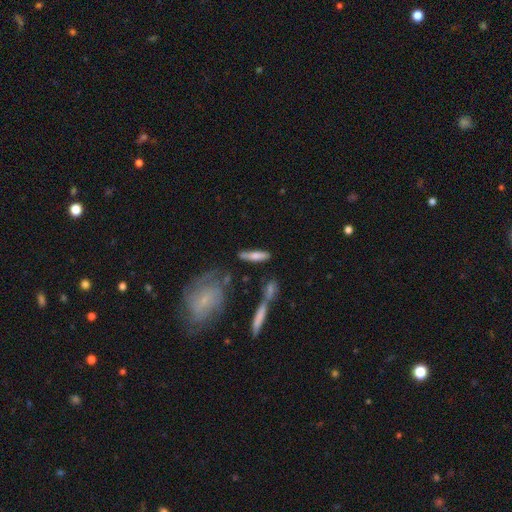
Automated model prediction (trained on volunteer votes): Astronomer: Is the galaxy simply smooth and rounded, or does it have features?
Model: smooth — 61%.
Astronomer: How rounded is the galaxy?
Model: cigar-shaped — 73%.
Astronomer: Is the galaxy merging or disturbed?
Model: none — 71%.